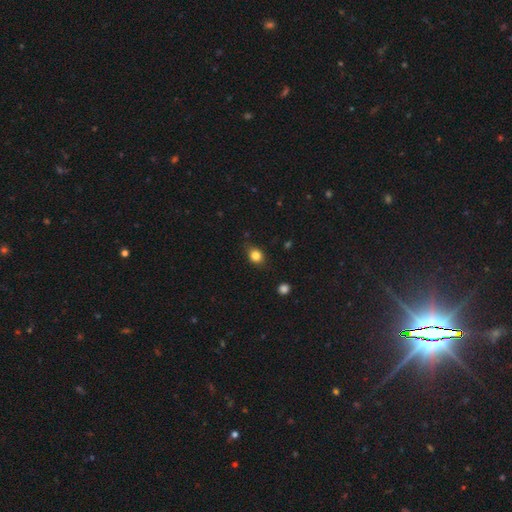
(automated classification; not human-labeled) The model was most divided on "how rounded": round: 57%, in between: 41%, cigar-shaped: 1%. More confident: smooth or featured — smooth (82%); merging — none (77%).